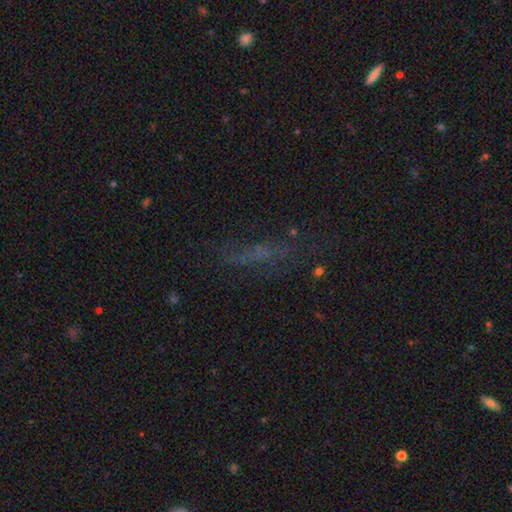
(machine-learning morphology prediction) This is marginally a smooth galaxy (37%). Merging: possibly none (60%).